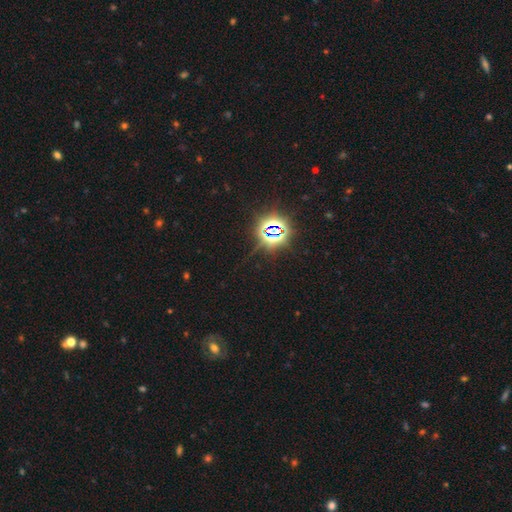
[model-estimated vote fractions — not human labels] Smooth or featured? star or artifact (80%)